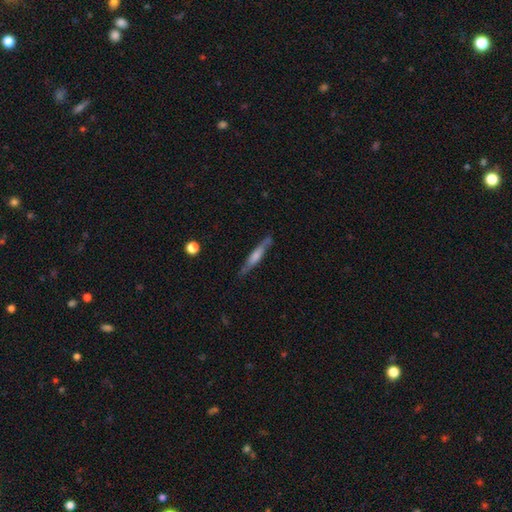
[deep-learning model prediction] Smooth or featured? Predicted: featured or disk (p=0.52). Edge-on disk? Predicted: yes (p=0.90). Merging? Predicted: none (p=0.81).